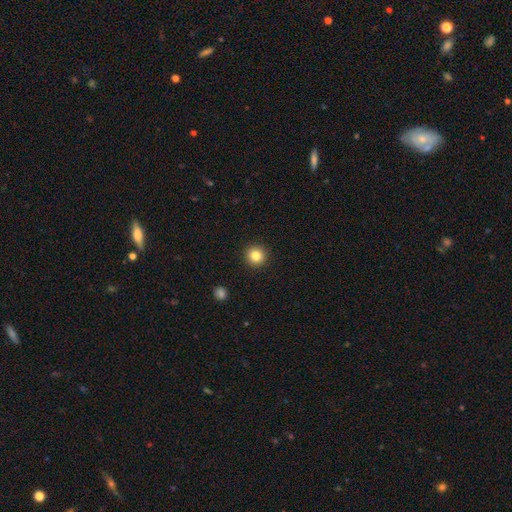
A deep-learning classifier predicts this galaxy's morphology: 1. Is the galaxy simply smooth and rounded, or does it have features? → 84% smooth, 11% star or artifact, 5% featured or disk.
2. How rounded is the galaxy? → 94% round, 5% in between, 1% cigar-shaped.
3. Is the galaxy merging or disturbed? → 93% none, 4% minor disturbance, 2% major disturbance, 1% merger.